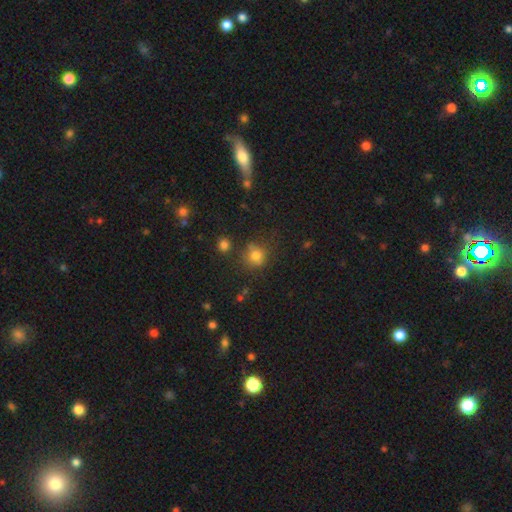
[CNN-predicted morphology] Smooth or featured?
  - smooth: 77% *
  - star or artifact: 16%
  - featured or disk: 8%
How rounded?
  - round: 83% *
  - in between: 16%
  - cigar-shaped: 1%
Merging?
  - none: 74% *
  - minor disturbance: 15%
  - merger: 6%
  - major disturbance: 5%